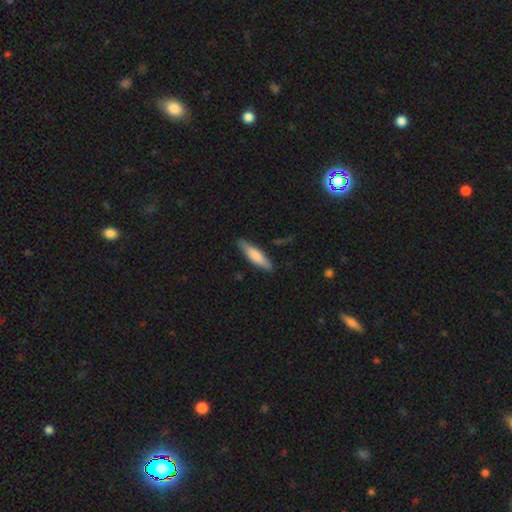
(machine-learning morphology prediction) The model was most divided on "how rounded": cigar-shaped: 73%, in between: 26%, round: 2%. More confident: merging — none (85%); smooth or featured — smooth (75%).